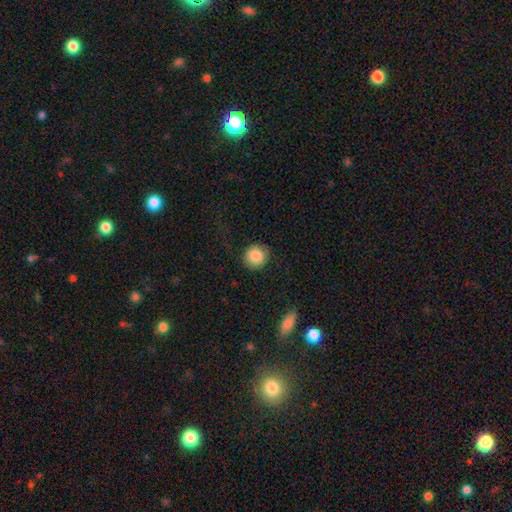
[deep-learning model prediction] smooth-or-featured: smooth: 86% | star or artifact: 8% | featured or disk: 6%
  how-rounded: round: 93% | in between: 6% | cigar-shaped: 1%
  merging: none: 88% | minor disturbance: 8% | major disturbance: 3% | merger: 1%